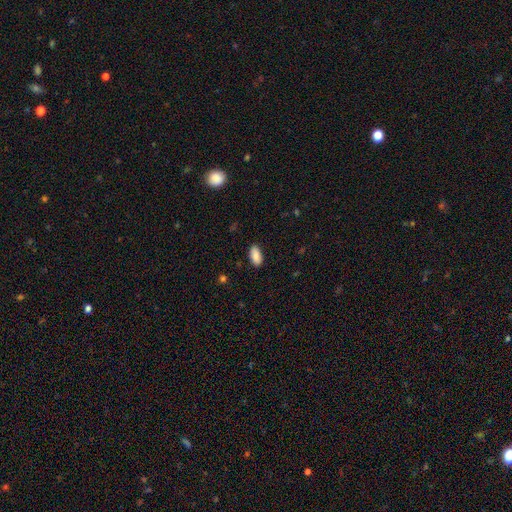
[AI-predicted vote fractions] smooth 88%, star or artifact 7%, featured or disk 5%. Down the decision tree: how rounded — in between (92%); merging — none (88%).